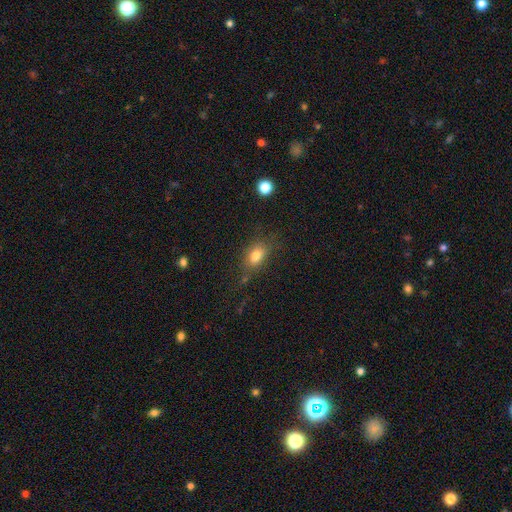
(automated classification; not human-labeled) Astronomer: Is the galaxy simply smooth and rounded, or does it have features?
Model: smooth — 79%.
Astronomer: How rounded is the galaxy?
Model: in between — 78%.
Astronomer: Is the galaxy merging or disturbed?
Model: none — 71%.